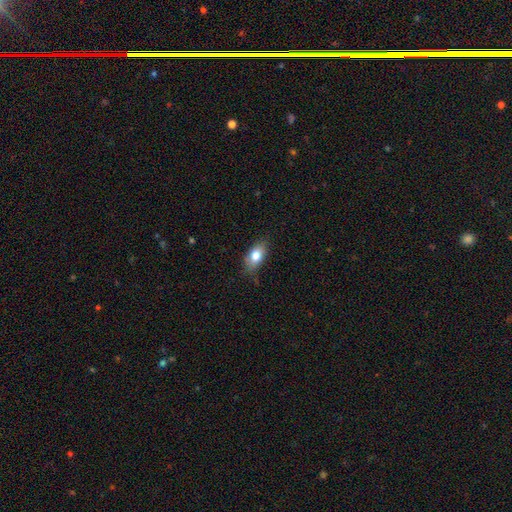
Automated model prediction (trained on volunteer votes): The model was most divided on "merging": none: 77%, minor disturbance: 18%, major disturbance: 3%, merger: 1%. More confident: how rounded — in between (86%); smooth or featured — smooth (79%).